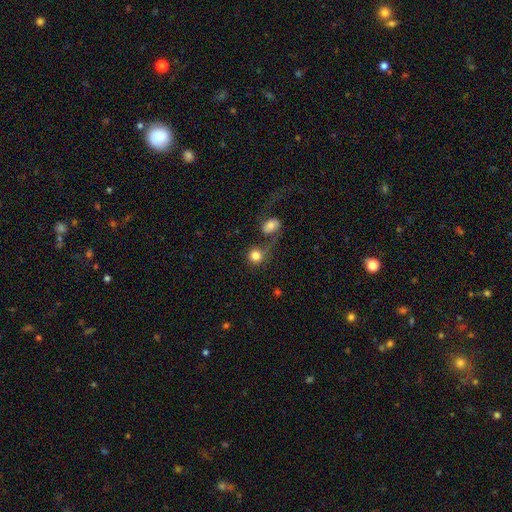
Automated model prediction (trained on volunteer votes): This is likely a smooth galaxy (79%). How rounded: clearly round (88%). Merging: marginally none (44%).